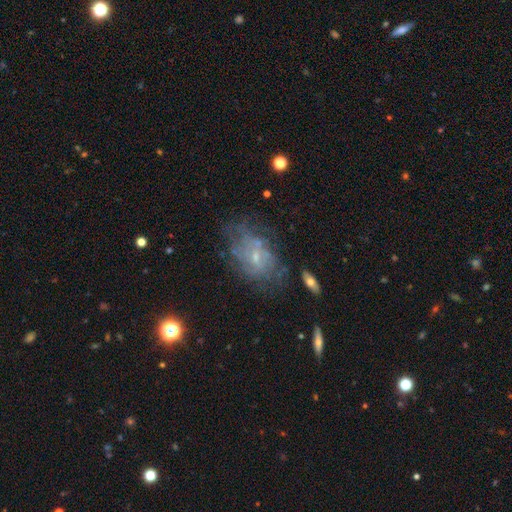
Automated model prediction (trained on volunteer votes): smooth-or-featured: featured or disk: 64% | smooth: 24% | star or artifact: 12%
  disk-edge-on: no: 96% | yes: 4%
    bar: no: 63% | weak: 32% | strong: 5%
    has-spiral-arms: yes: 56% | no: 44%
    bulge-size: small: 70% | moderate: 20% | none: 8% | large: 1% | dominant: 1%
  merging: none: 50% | minor disturbance: 24% | major disturbance: 20% | merger: 6%